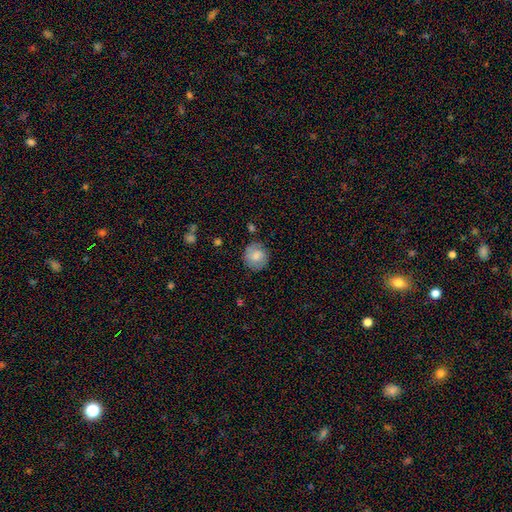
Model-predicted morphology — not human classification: This is likely a smooth galaxy (75%). How rounded: clearly round (89%). Merging: likely none (79%).